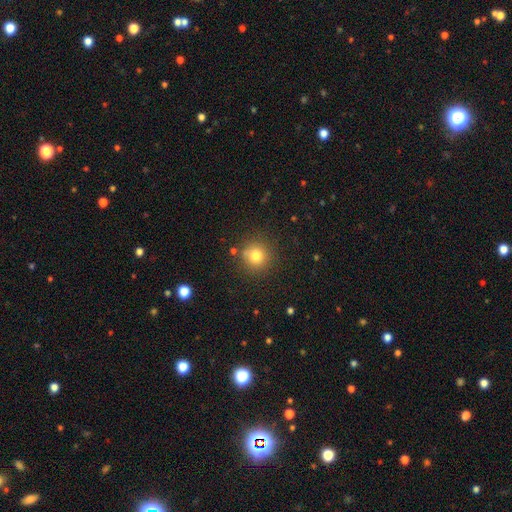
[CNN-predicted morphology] smooth 79%, star or artifact 13%, featured or disk 8%. Down the decision tree: how rounded — round (92%); merging — none (83%).